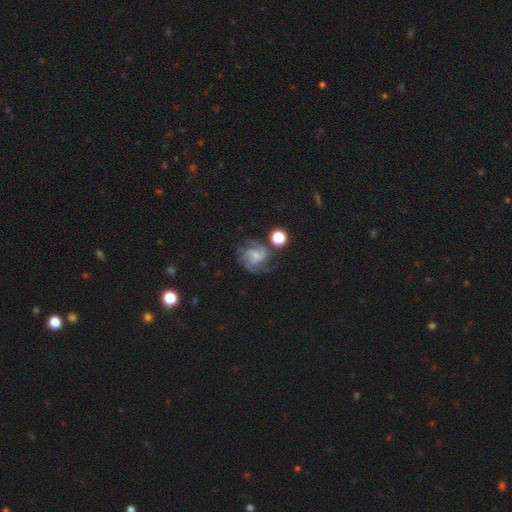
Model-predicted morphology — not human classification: The model was most divided on "spiral winding": medium: 49%, tight: 37%, loose: 14%. Remaining: edge-on disk — no (98%); spiral arms — yes (96%); smooth or featured — featured or disk (81%); merging — none (61%); bulge size — small (55%); bar — no (54%); spiral arm count — 3 (38%).